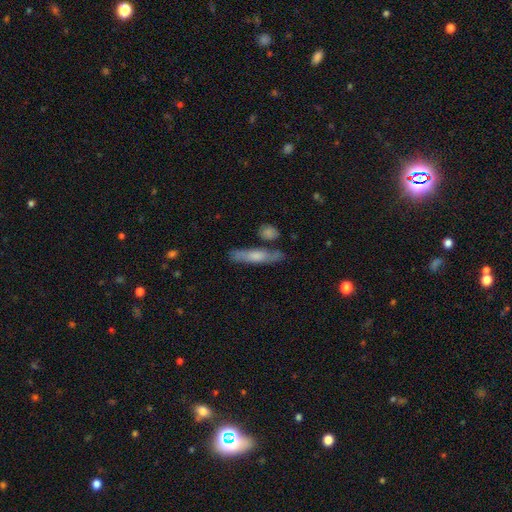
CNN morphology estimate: A smooth galaxy with no disk features (52%) that is cigar-shaped (79%). Merging: none (72%).